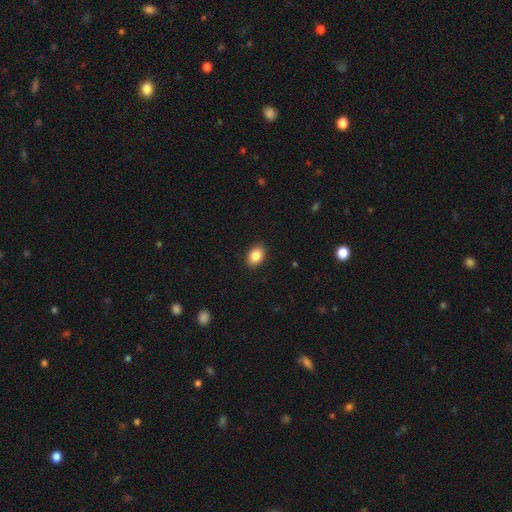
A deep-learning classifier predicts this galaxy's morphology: smooth 86%, star or artifact 8%, featured or disk 6%. Down the decision tree: how rounded — in between (77%); merging — none (90%).